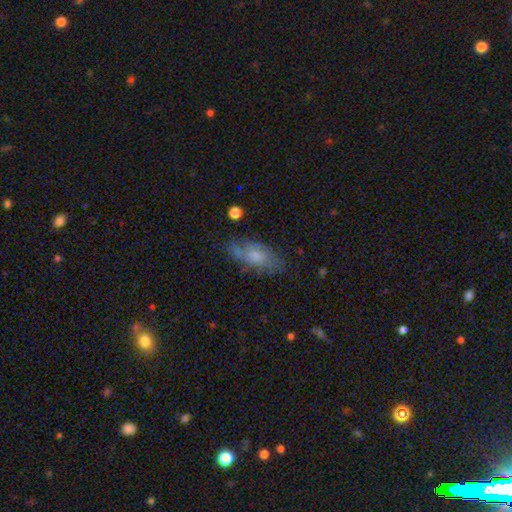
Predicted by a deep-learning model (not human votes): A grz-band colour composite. It shows a smooth galaxy with no disk features (63%) that is in between round and cigar-shaped (83%). Merging: none (65%).